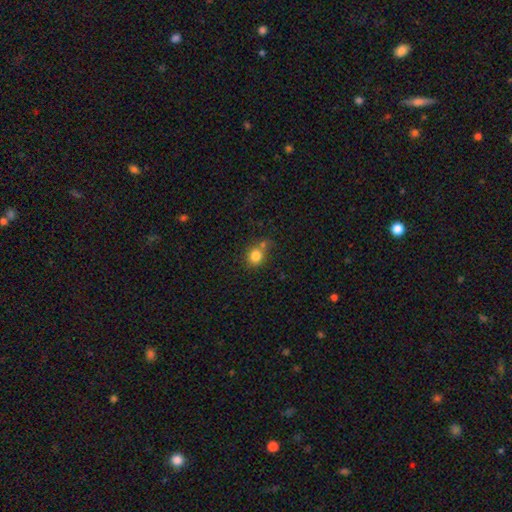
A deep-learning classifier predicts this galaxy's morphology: This appears to be a smooth galaxy with no disk features (82%) that is round (77%). Merging: none (60%).